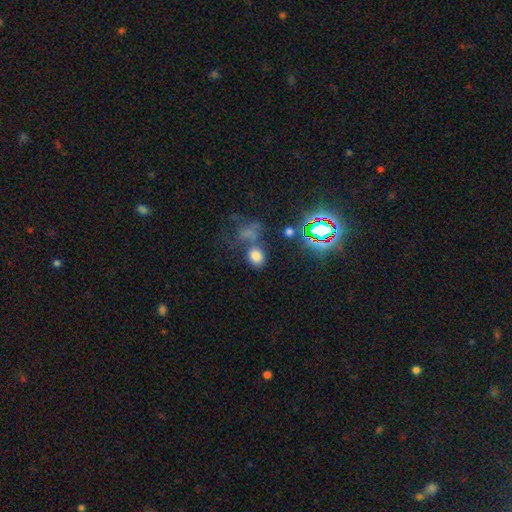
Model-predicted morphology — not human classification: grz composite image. It shows a smooth galaxy with no disk features (70%) that is round (52%). Merging: none (55%).